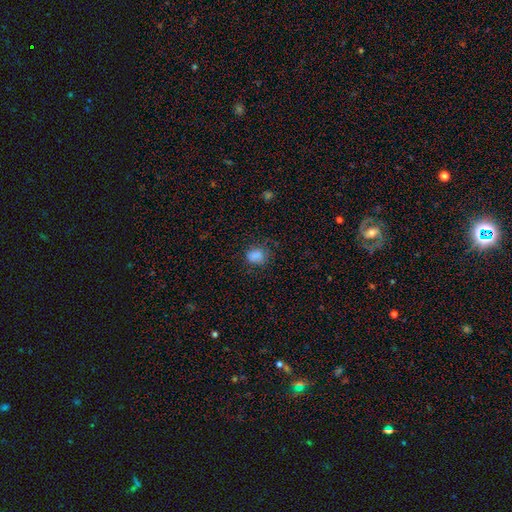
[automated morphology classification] This appears to be a smooth galaxy with no disk features (83%) that is in between round and cigar-shaped (50%). Merging: none (70%).